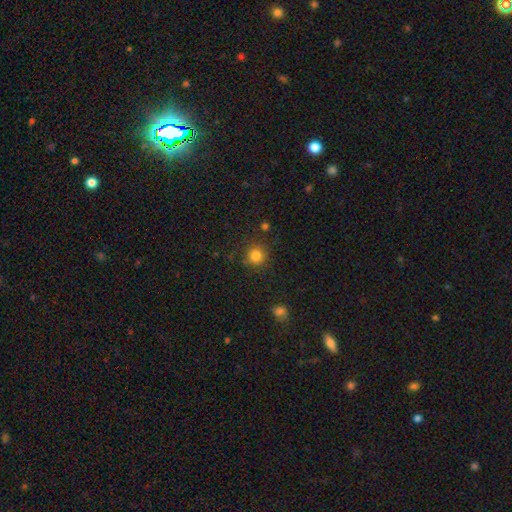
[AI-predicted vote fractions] A smooth galaxy with no disk features (82%) that is round (93%).

Vote fractions:
- Smooth or featured? smooth: 82% / star or artifact: 13% / featured or disk: 5%
- How rounded? round: 93% / in between: 6% / cigar-shaped: 1%
- Merging? none: 86% / minor disturbance: 8% / major disturbance: 3% / merger: 3%